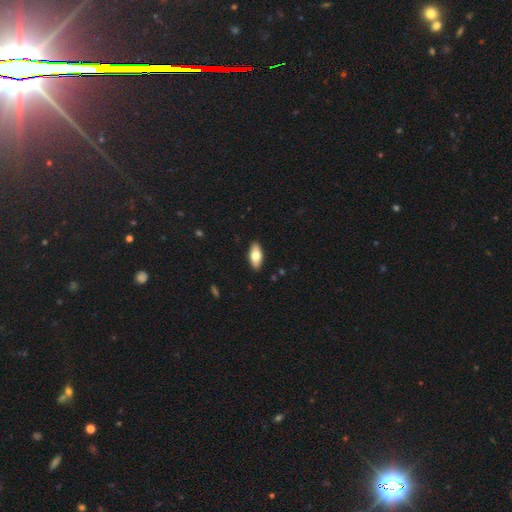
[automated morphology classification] Smooth or featured: smooth — 69% (featured or disk — 25%)
How rounded: in between — 84% (cigar-shaped — 13%)
Merging: none — 90% (minor disturbance — 8%)